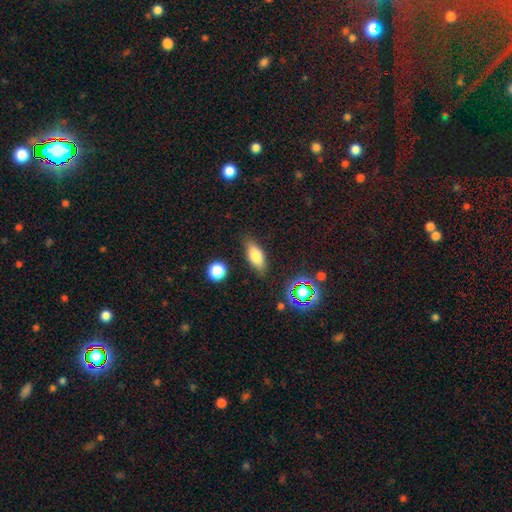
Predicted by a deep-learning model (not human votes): Q: Smooth or featured?
A: smooth (76%); runner-up: featured or disk (15%)
Q: How rounded?
A: in between (78%); runner-up: cigar-shaped (17%)
Q: Merging?
A: none (83%); runner-up: minor disturbance (12%)